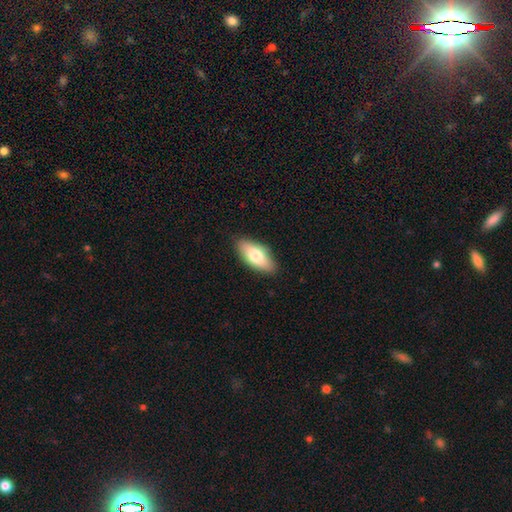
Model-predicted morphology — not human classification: Overall: smooth (75%). How rounded: in between (85%). Merging: none (86%).